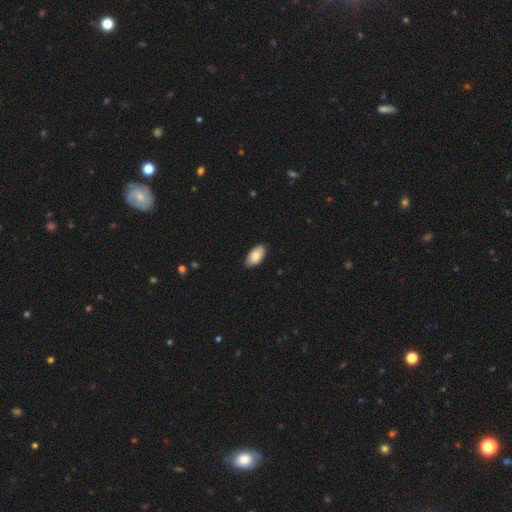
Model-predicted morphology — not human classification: smooth_or_featured: smooth (p=0.82) [alt: featured or disk p=0.12]
how_rounded: in between (p=0.96) [alt: round p=0.02]
merging: none (p=0.87) [alt: minor disturbance p=0.11]